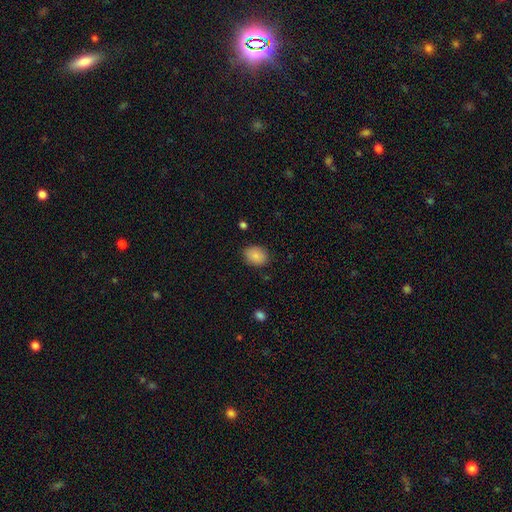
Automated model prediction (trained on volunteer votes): Smooth or featured: smooth — 87% (star or artifact — 8%)
How rounded: in between — 64% (round — 35%)
Merging: none — 85% (minor disturbance — 11%)